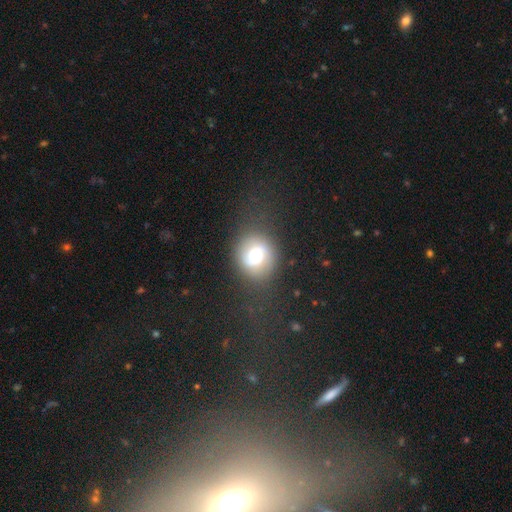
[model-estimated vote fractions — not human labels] This is possibly a smooth galaxy (53%). How rounded: likely round (73%). Merging: likely none (70%).